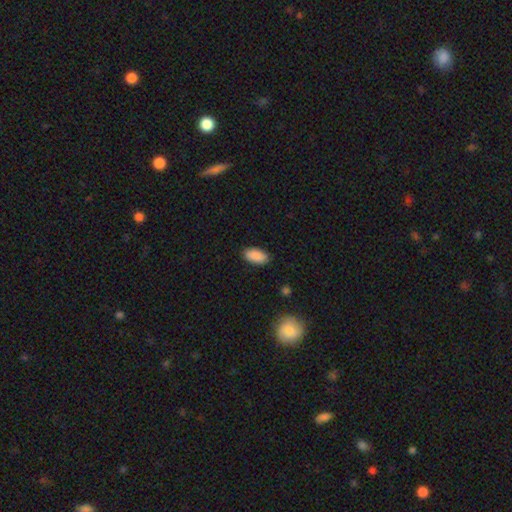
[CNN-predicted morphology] Smooth or featured: smooth — 89% (star or artifact — 7%)
How rounded: in between — 93% (cigar-shaped — 4%)
Merging: none — 86% (minor disturbance — 11%)